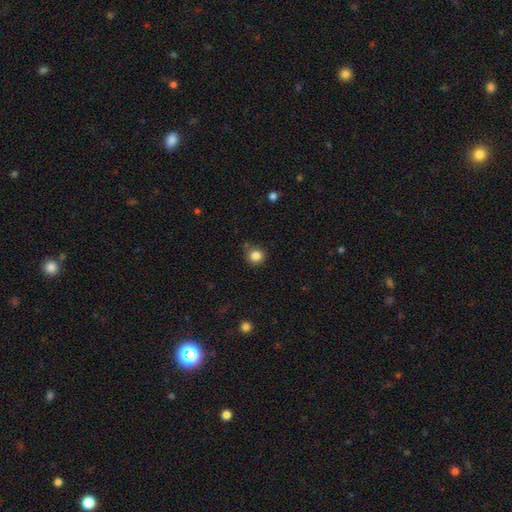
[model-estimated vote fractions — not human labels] Smooth or featured: smooth — 84% (star or artifact — 11%)
How rounded: round — 91% (in between — 8%)
Merging: none — 82% (minor disturbance — 12%)